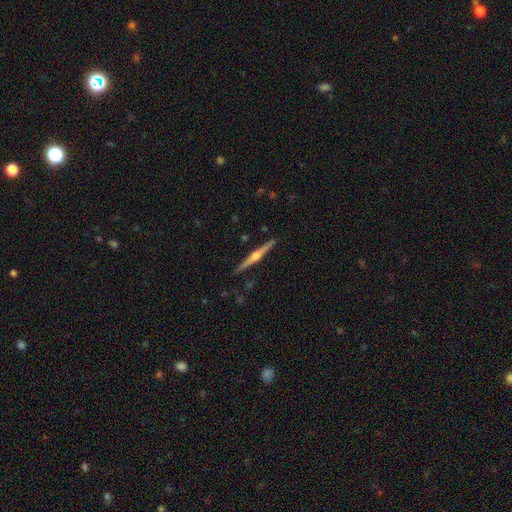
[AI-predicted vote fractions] Smooth or featured?
  - featured or disk: 79% *
  - smooth: 15%
  - star or artifact: 5%
Edge-on disk?
  - yes: 99% *
  - no: 1%
Edge-on bulge?
  - rounded: 93% *
  - none: 4%
  - boxy: 3%
Merging?
  - none: 90% *
  - minor disturbance: 7%
  - major disturbance: 1%
  - merger: 1%